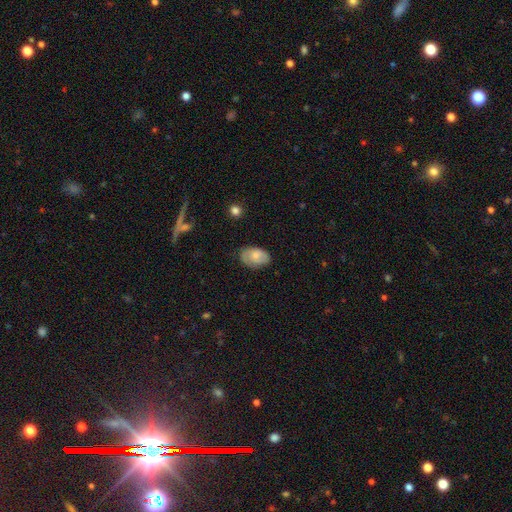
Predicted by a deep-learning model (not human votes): A smooth galaxy with no disk features (67%) that is in between round and cigar-shaped (88%).

Vote fractions:
- Smooth or featured? smooth: 67% / featured or disk: 27% / star or artifact: 7%
- How rounded? in between: 88% / round: 10% / cigar-shaped: 1%
- Merging? none: 70% / minor disturbance: 24% / major disturbance: 5% / merger: 1%